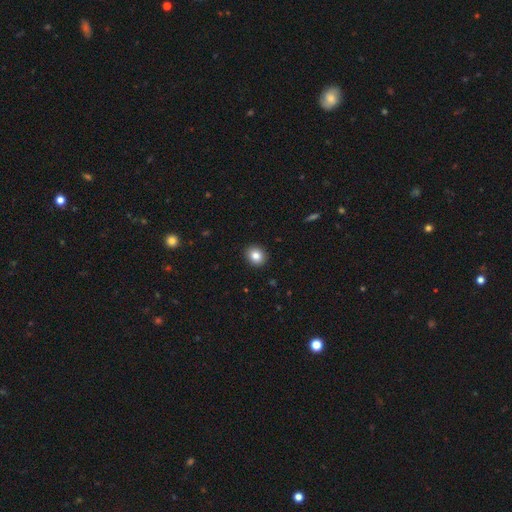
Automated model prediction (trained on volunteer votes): A smooth galaxy with no disk features (84%) that is round (72%).

Vote fractions:
- Smooth or featured? smooth: 84% / star or artifact: 10% / featured or disk: 6%
- How rounded? round: 72% / in between: 27% / cigar-shaped: 1%
- Merging? none: 92% / minor disturbance: 5% / major disturbance: 2% / merger: 1%